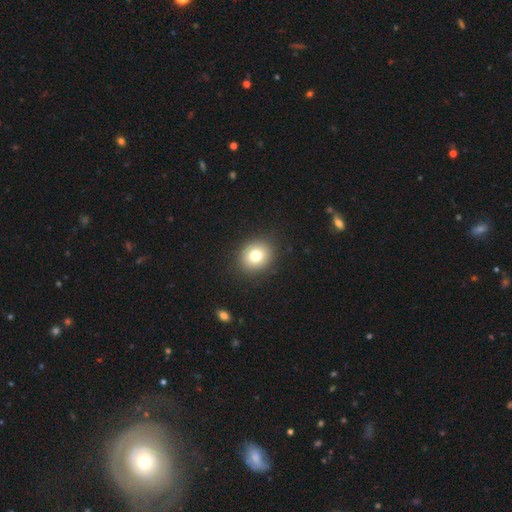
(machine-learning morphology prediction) The model was most divided on "how rounded": round: 70%, in between: 29%, cigar-shaped: 1%. More confident: merging — none (89%); smooth or featured — smooth (77%).